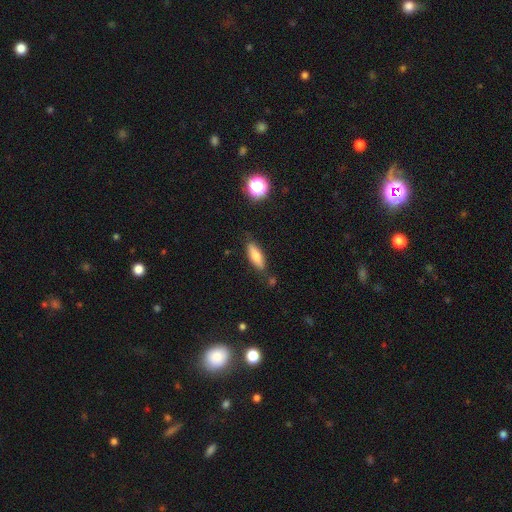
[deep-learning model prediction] Smooth or featured: smooth — 76% (featured or disk — 16%)
How rounded: in between — 58% (cigar-shaped — 39%)
Merging: none — 79% (minor disturbance — 15%)